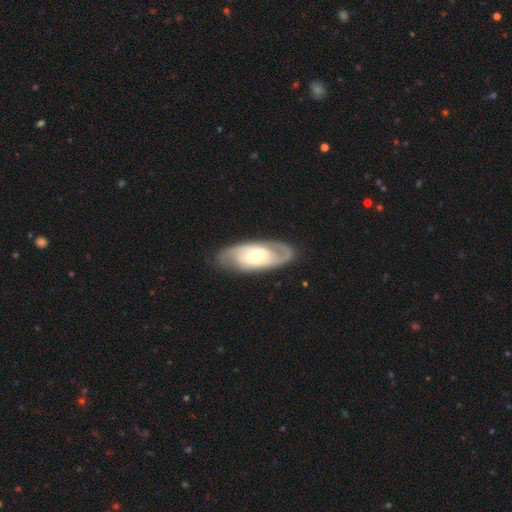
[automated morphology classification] Smooth or featured? Predicted: featured or disk (p=0.81). Edge-on disk? Predicted: no (p=0.93). Bar? Predicted: weak (p=0.40). Spiral arms? Predicted: yes (p=0.89). Spiral winding? Predicted: tight (p=0.45). Spiral arm count? Predicted: 2 (p=0.82). Bulge size? Predicted: moderate (p=0.50). Merging? Predicted: none (p=0.83).